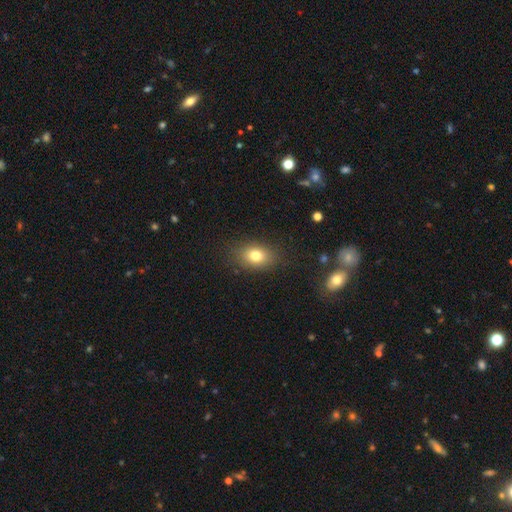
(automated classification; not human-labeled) Smooth or featured? smooth (78%)
How rounded? in between (72%)
Merging? none (83%)